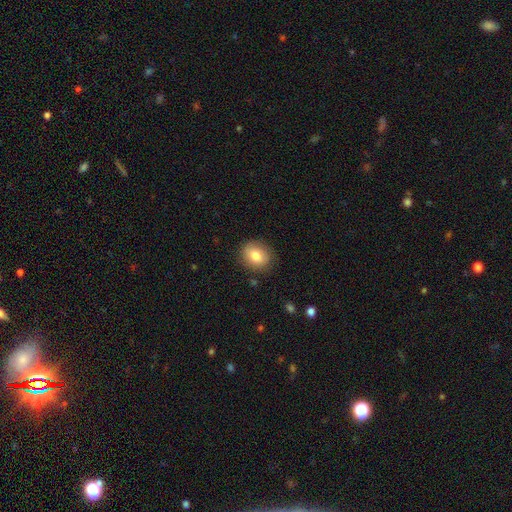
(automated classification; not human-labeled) smooth_or_featured: smooth (p=0.80) [alt: featured or disk p=0.11]
how_rounded: round (p=0.64) [alt: in between p=0.35]
merging: none (p=0.85) [alt: minor disturbance p=0.11]